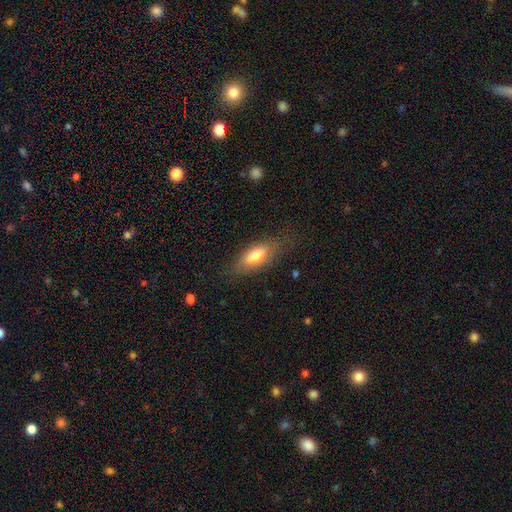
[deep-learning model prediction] The model was most divided on "how rounded": in between: 75%, cigar-shaped: 23%, round: 3%. More confident: merging — none (75%); smooth or featured — smooth (73%).